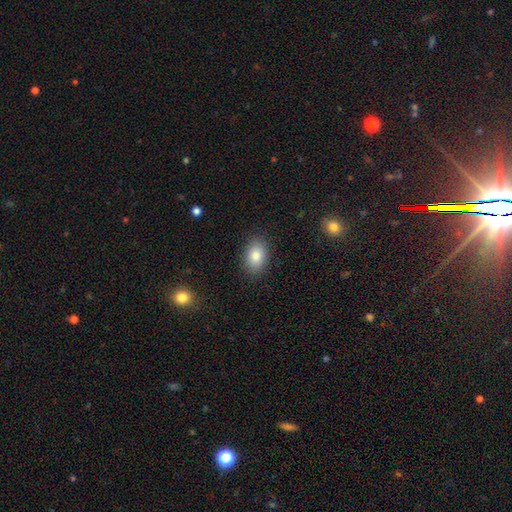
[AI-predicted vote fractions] The model was most divided on "how rounded": in between: 84%, round: 15%, cigar-shaped: 1%. More confident: merging — none (87%); smooth or featured — smooth (84%).